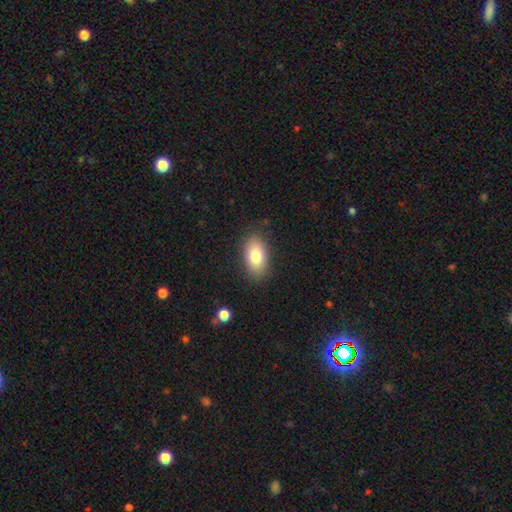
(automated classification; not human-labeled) Smooth or featured?
  - smooth: 79% *
  - featured or disk: 13%
  - star or artifact: 8%
How rounded?
  - in between: 91% *
  - round: 7%
  - cigar-shaped: 3%
Merging?
  - none: 85% *
  - minor disturbance: 11%
  - major disturbance: 3%
  - merger: 1%